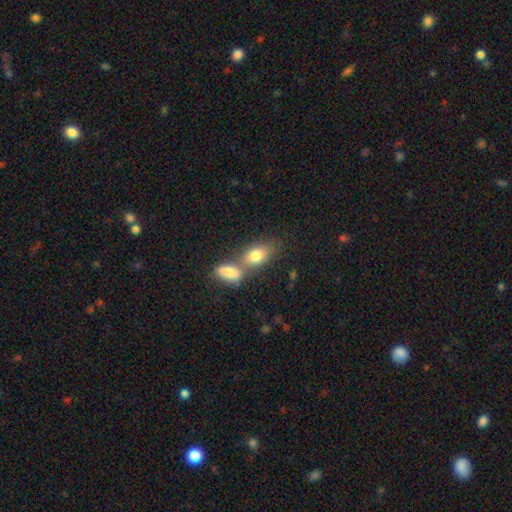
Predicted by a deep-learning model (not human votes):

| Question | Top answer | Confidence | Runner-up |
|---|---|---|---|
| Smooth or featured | smooth | 80% | featured or disk (12%) |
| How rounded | in between | 85% | round (11%) |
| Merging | merger | 56% | none (32%) |